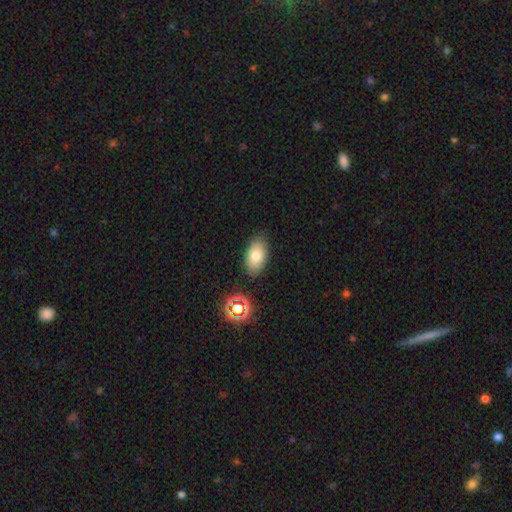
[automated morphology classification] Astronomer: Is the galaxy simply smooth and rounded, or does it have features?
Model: smooth — 79%.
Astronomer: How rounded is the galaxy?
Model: in between — 92%.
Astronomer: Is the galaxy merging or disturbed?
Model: none — 84%.